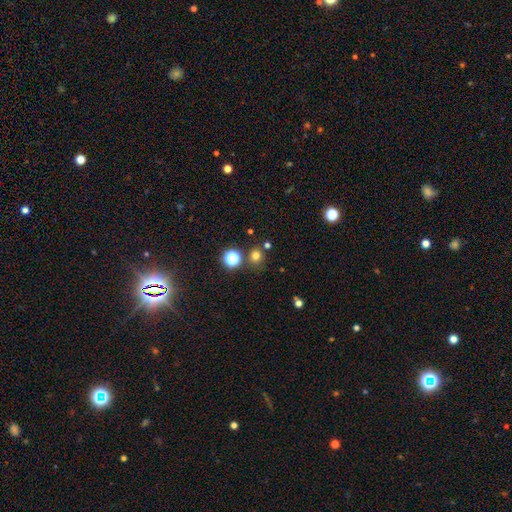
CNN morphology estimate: smooth_or_featured: smooth (p=0.72) [alt: star or artifact p=0.22]
how_rounded: round (p=0.88) [alt: in between p=0.11]
merging: none (p=0.80) [alt: merger p=0.09]